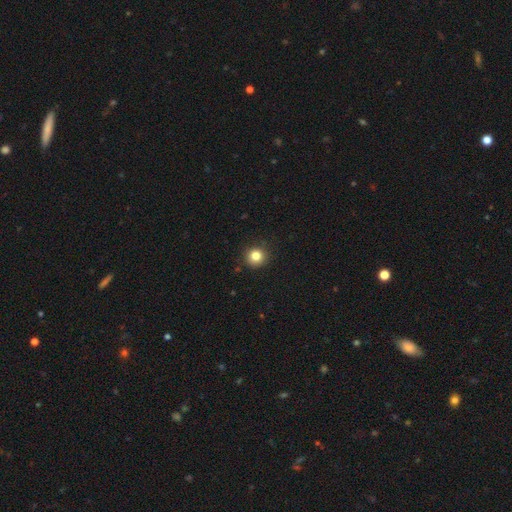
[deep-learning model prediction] The model was most divided on "smooth or featured": smooth: 82%, star or artifact: 12%, featured or disk: 6%. More confident: how rounded — round (93%); merging — none (90%).